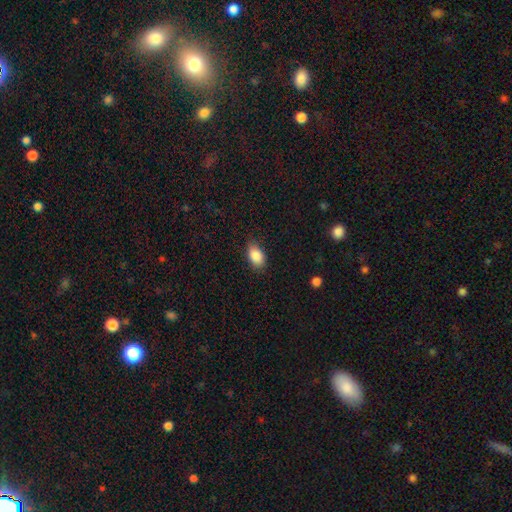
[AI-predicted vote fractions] smooth-or-featured: smooth: 88% | star or artifact: 8% | featured or disk: 5%
  how-rounded: in between: 90% | round: 8% | cigar-shaped: 2%
  merging: none: 81% | minor disturbance: 15% | major disturbance: 3% | merger: 1%